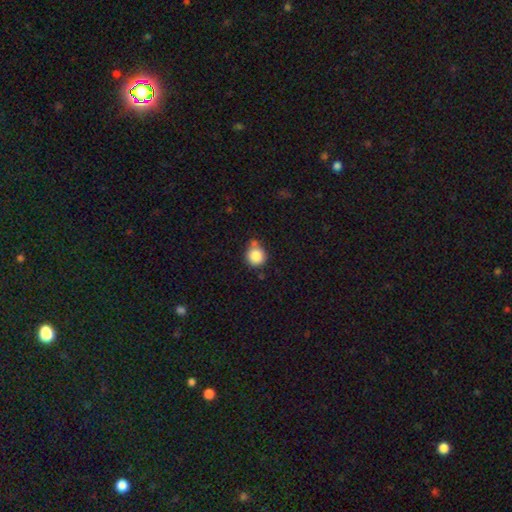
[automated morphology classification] Smooth or featured? smooth (85%)
How rounded? round (91%)
Merging? none (61%)